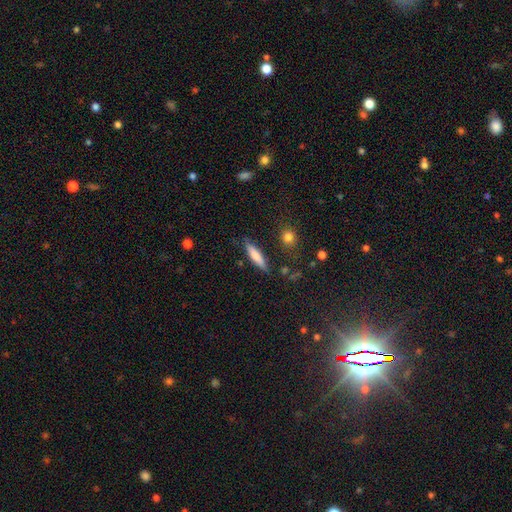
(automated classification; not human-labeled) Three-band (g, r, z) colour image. It shows a smooth galaxy with no disk features (73%) that is cigar-shaped (78%). Merging: none (81%).